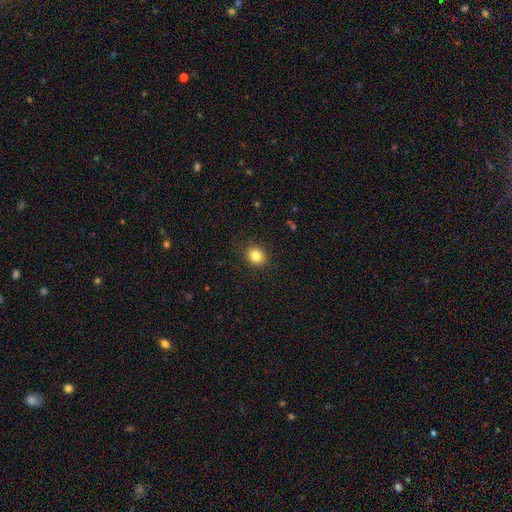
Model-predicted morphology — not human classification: Overall: smooth (83%). How rounded: round (73%). Merging: none (89%).